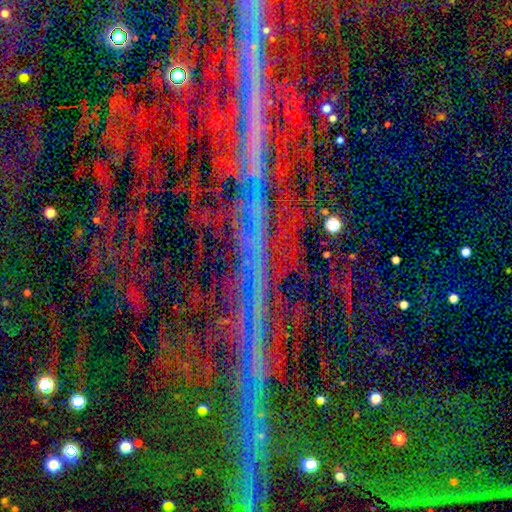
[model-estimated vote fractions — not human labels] This is clearly a star or artifact rather than a galaxy (86%).